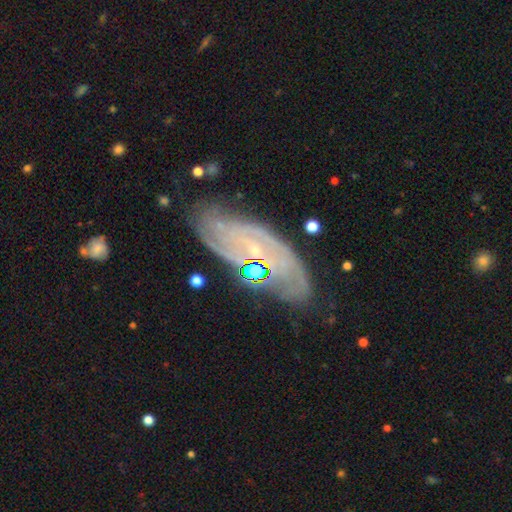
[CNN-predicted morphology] Overall: featured or disk (82%). Edge-on disk: no (91%). Bar: no (53%; weak 35%). Spiral arms: yes (94%). Spiral arm count: can't tell (33%, tied with 2). Spiral winding: tight (64%; medium 28%). Bulge size: small (77%). Merging: none (76%).